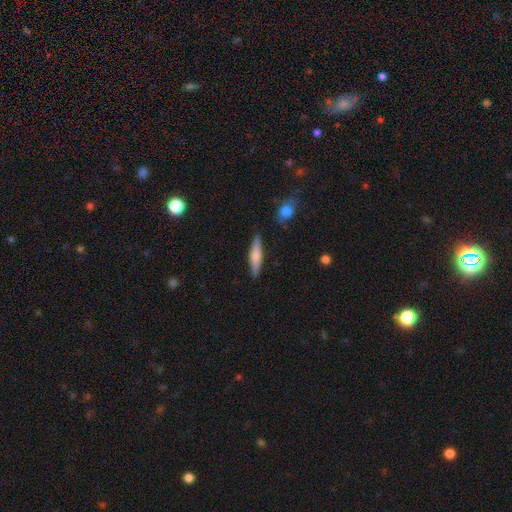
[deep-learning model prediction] Smooth or featured: smooth — 57% (featured or disk — 37%)
How rounded: cigar-shaped — 84% (in between — 14%)
Merging: none — 88% (minor disturbance — 9%)